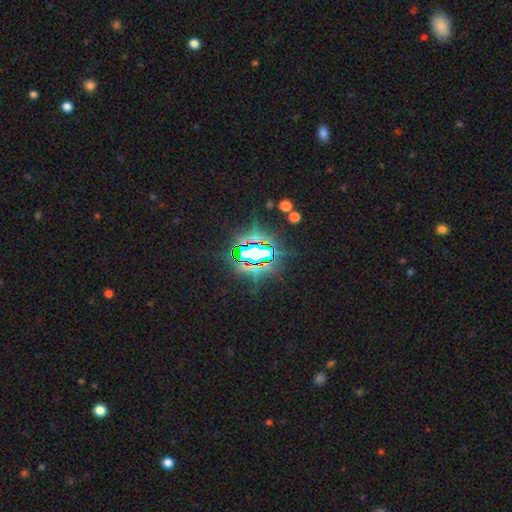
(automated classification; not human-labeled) smooth_or_featured: star or artifact (p=0.76) [alt: smooth p=0.13]